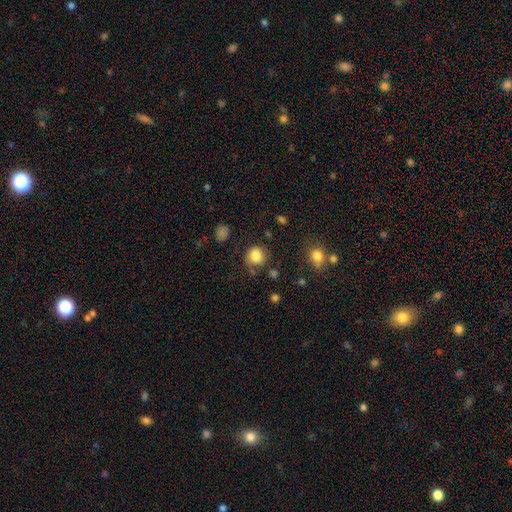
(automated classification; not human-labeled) Smooth or featured?
  - smooth: 83% *
  - star or artifact: 10%
  - featured or disk: 7%
How rounded?
  - round: 80% *
  - in between: 19%
  - cigar-shaped: 1%
Merging?
  - none: 67% *
  - minor disturbance: 20%
  - major disturbance: 9%
  - merger: 4%